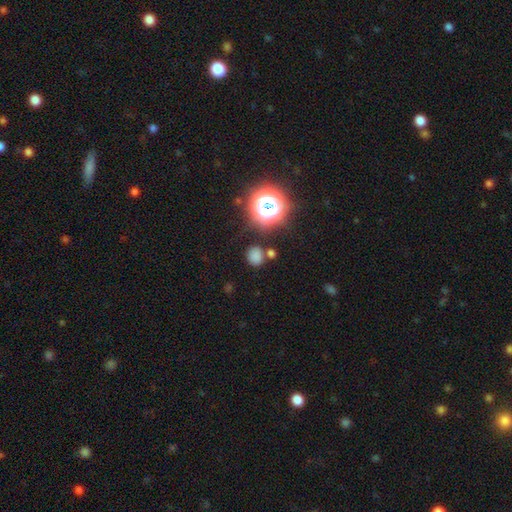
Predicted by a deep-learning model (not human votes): Morphology: type=smooth (72%); roundness=round (78%); merging=none (74%).